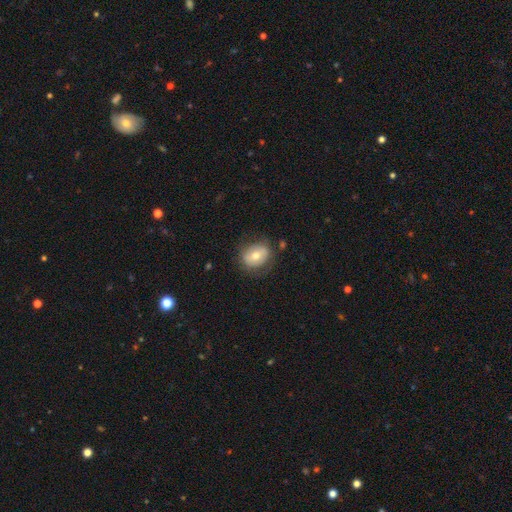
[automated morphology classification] smooth 65%, featured or disk 27%, star or artifact 8%. Down the decision tree: how rounded — in between (54%); merging — none (73%).